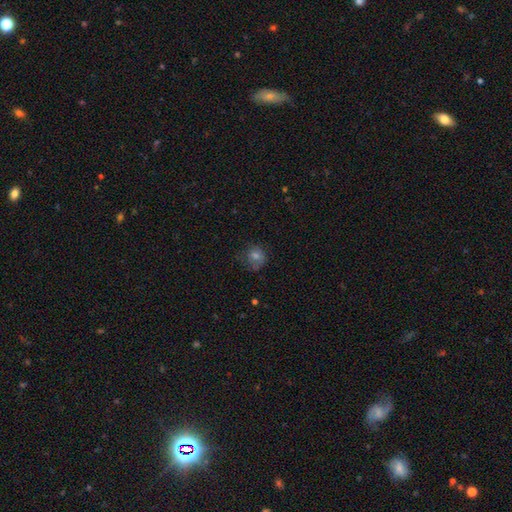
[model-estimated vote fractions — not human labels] smooth 63%, featured or disk 20%, star or artifact 17%. Down the decision tree: how rounded — round (80%); merging — none (62%).